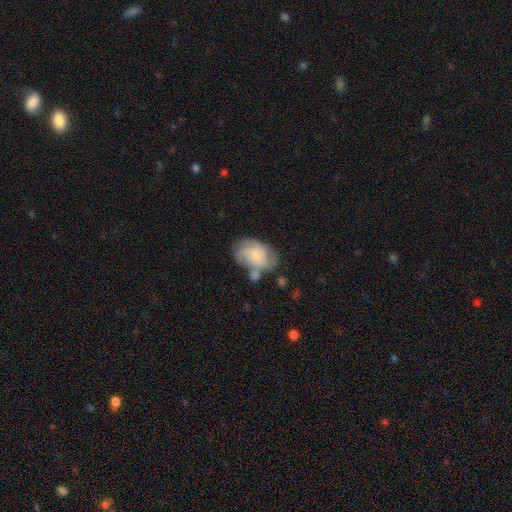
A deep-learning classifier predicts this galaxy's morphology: Smooth or featured?
  - featured or disk: 48% *
  - smooth: 45%
  - star or artifact: 7%
Merging?
  - none: 47% *
  - minor disturbance: 24%
  - merger: 17%
  - major disturbance: 11%